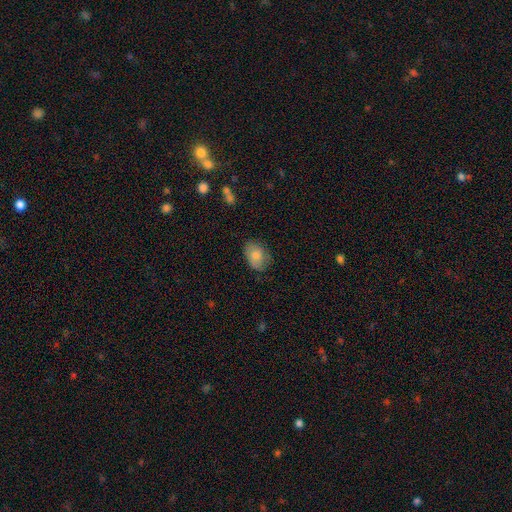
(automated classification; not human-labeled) Morphology: type=smooth (81%); roundness=in between (81%); merging=none (69%).